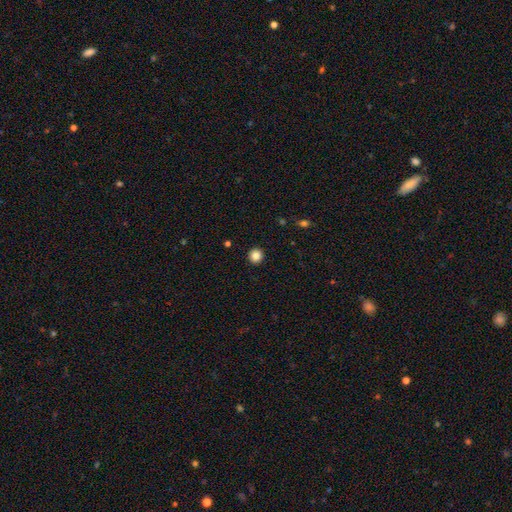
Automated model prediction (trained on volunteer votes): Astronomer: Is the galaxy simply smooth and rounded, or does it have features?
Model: smooth — 85%.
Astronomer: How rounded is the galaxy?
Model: round — 92%.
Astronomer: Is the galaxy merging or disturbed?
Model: none — 93%.